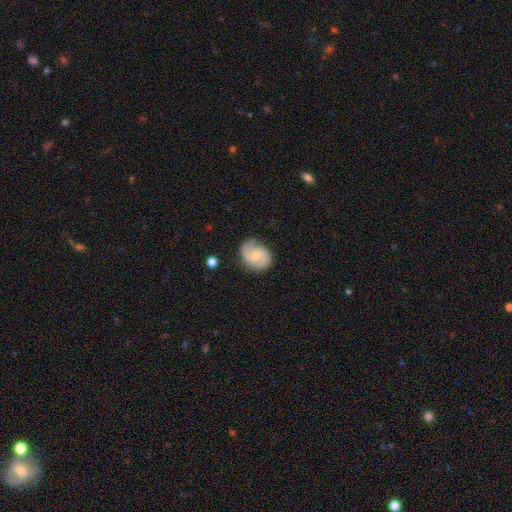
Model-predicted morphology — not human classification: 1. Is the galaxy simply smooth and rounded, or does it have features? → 80% featured or disk, 15% smooth, 5% star or artifact.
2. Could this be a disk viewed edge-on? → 98% no, 2% yes.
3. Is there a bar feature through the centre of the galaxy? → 59% no, 36% weak, 5% strong.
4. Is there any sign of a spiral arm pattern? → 97% yes, 3% no.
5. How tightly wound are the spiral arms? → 52% medium, 30% tight, 18% loose.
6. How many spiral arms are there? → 89% 2, 4% can't tell, 3% 1, 2% 3, 1% 4, 1% more than 4.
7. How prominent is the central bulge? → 54% small, 38% moderate, 6% none, 2% large, 1% dominant.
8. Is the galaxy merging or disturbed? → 78% none, 16% minor disturbance, 5% major disturbance, 1% merger.